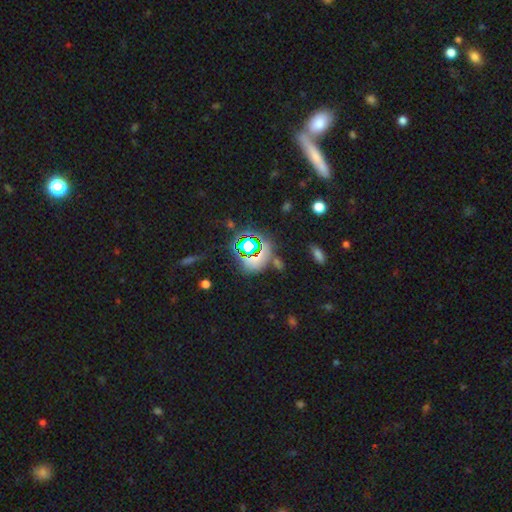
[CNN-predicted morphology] A star or artifact, not a galaxy (64%).

Vote fractions:
- Smooth or featured? star or artifact: 64% / smooth: 26% / featured or disk: 10%